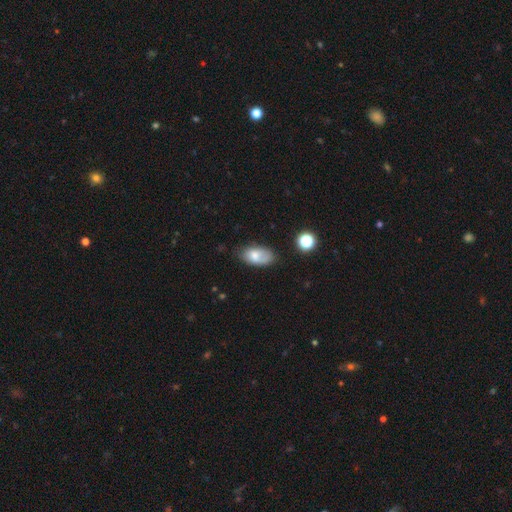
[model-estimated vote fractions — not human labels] smooth-or-featured: smooth: 73% | featured or disk: 19% | star or artifact: 9%
  how-rounded: in between: 92% | round: 6% | cigar-shaped: 2%
  merging: none: 59% | minor disturbance: 28% | major disturbance: 8% | merger: 5%